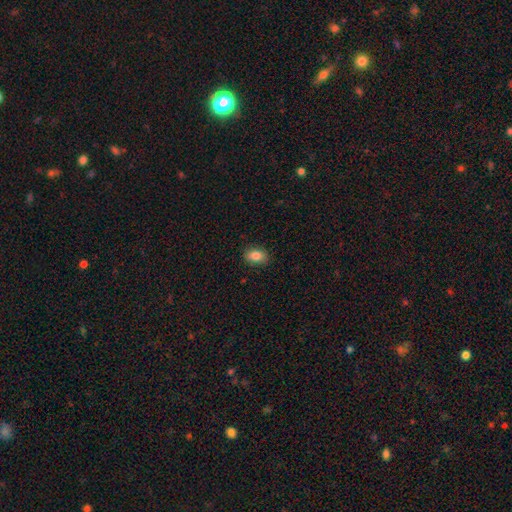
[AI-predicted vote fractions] smooth 85%, star or artifact 9%, featured or disk 6%. Down the decision tree: how rounded — in between (84%); merging — none (87%).